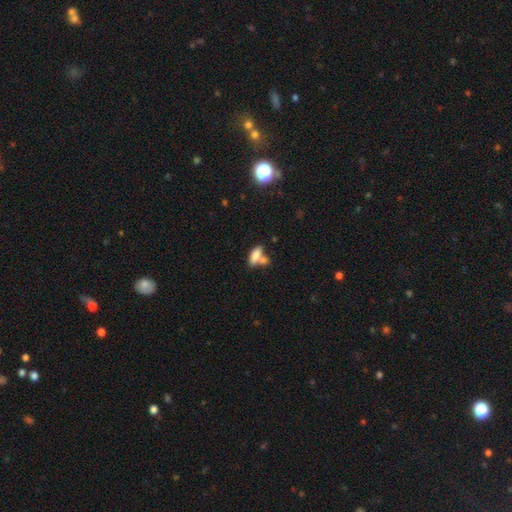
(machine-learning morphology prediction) The model was most divided on "merging": merger: 42%, none: 41%, minor disturbance: 12%, major disturbance: 5%. More confident: how rounded — in between (83%); smooth or featured — smooth (75%).